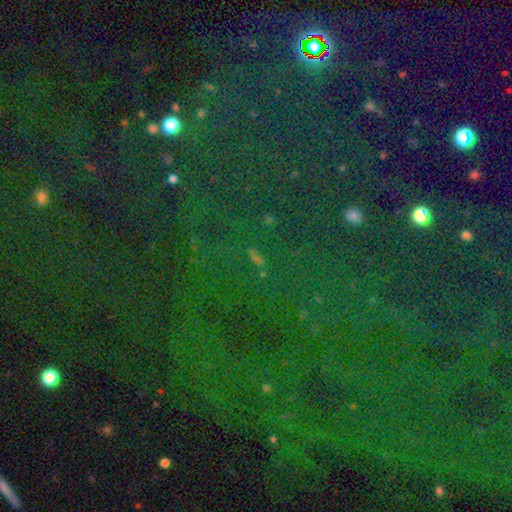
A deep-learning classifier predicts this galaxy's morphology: Q: Smooth or featured?
A: star or artifact (80%); runner-up: smooth (12%)